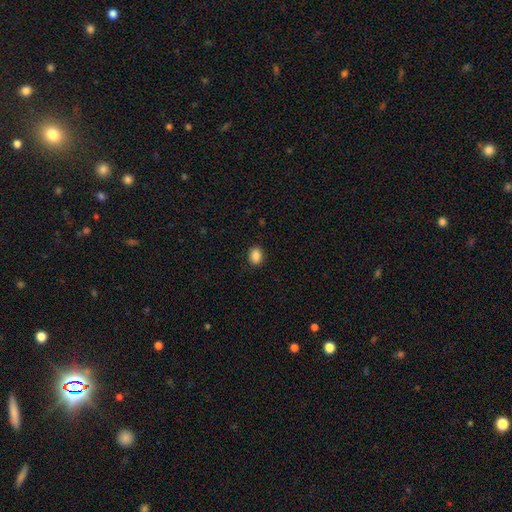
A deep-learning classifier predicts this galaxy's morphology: This appears to be a smooth galaxy with no disk features (87%) that is in between round and cigar-shaped (60%). Merging: none (90%).